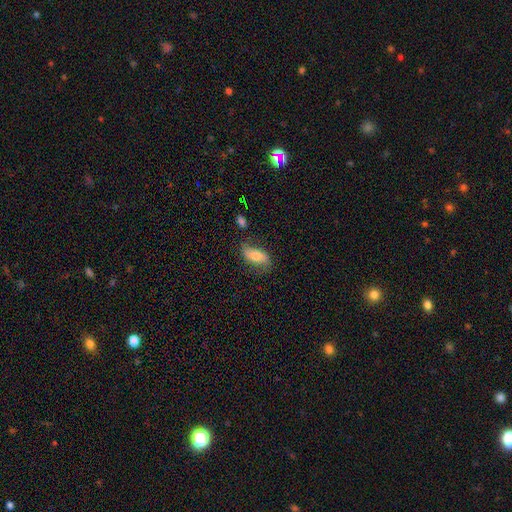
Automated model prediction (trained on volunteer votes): Smooth or featured: smooth — 56% (featured or disk — 36%)
How rounded: in between — 87% (cigar-shaped — 9%)
Merging: none — 63% (minor disturbance — 24%)